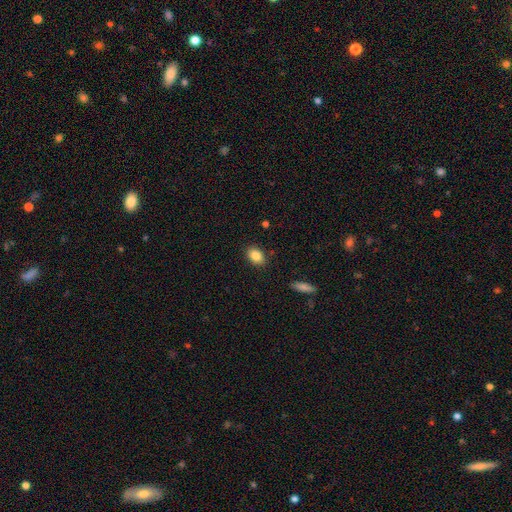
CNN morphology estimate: Smooth or featured? smooth (85%)
How rounded? in between (79%)
Merging? none (87%)